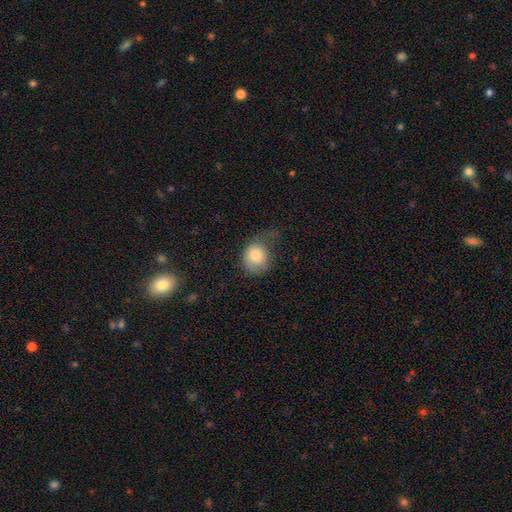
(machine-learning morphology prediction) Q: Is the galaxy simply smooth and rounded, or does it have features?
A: smooth — 82%.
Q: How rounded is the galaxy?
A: round — 69%.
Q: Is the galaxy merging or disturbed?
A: none — 36%.